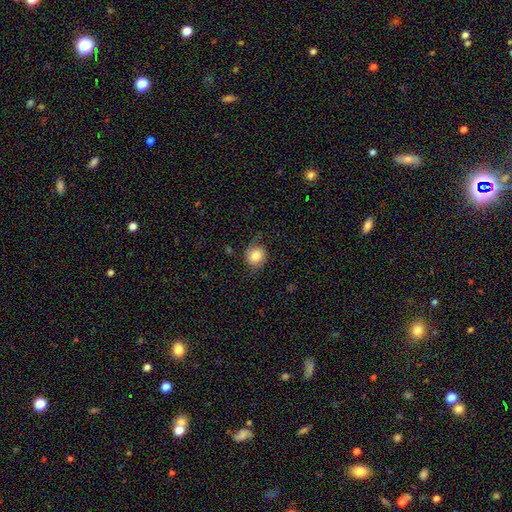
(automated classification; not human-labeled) A smooth galaxy with no disk features (64%) that is round (79%). Merging: none (69%).